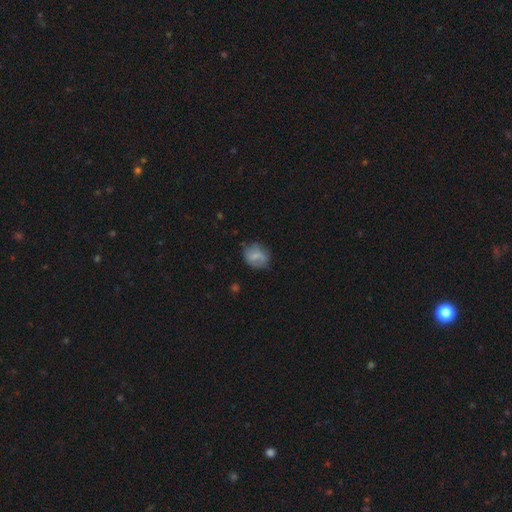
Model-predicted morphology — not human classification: Smooth or featured?
  - smooth: 68% *
  - featured or disk: 24%
  - star or artifact: 9%
How rounded?
  - round: 60% *
  - in between: 38%
  - cigar-shaped: 1%
Merging?
  - none: 64% *
  - minor disturbance: 25%
  - major disturbance: 9%
  - merger: 2%